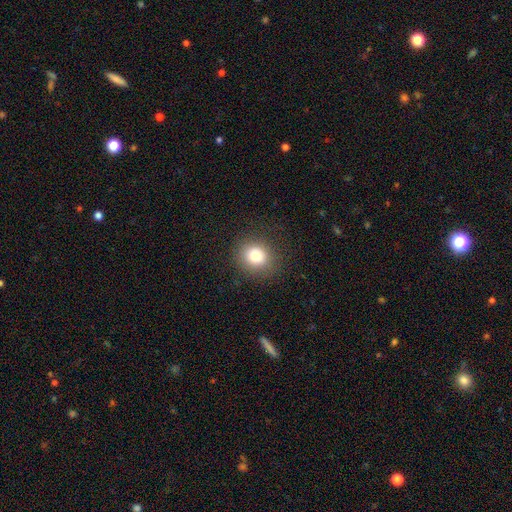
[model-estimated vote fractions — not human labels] smooth-or-featured: smooth: 80% | star or artifact: 12% | featured or disk: 8%
  how-rounded: round: 80% | in between: 19% | cigar-shaped: 1%
  merging: none: 88% | minor disturbance: 8% | major disturbance: 3% | merger: 1%